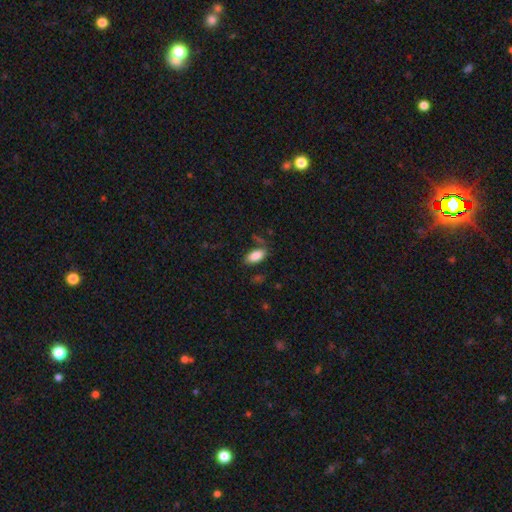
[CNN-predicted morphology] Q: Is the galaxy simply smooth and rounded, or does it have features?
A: smooth — 85%.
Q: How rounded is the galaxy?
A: in between — 89%.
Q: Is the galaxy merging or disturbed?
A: none — 75%.